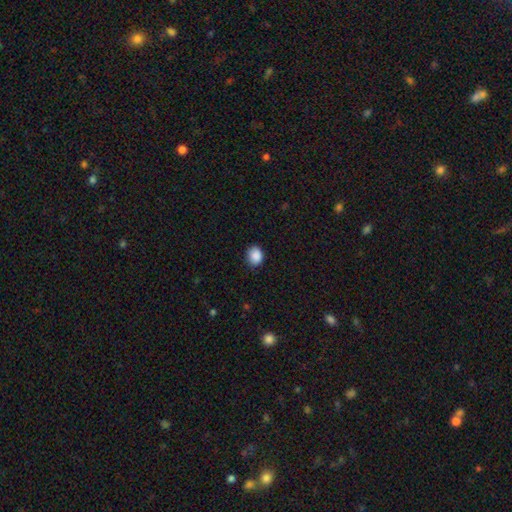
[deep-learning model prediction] A smooth galaxy with no disk features (89%) that is round (54%).

Vote fractions:
- Smooth or featured? smooth: 89% / star or artifact: 8% / featured or disk: 3%
- How rounded? round: 54% / in between: 45% / cigar-shaped: 1%
- Merging? none: 85% / minor disturbance: 12% / major disturbance: 2% / merger: 1%